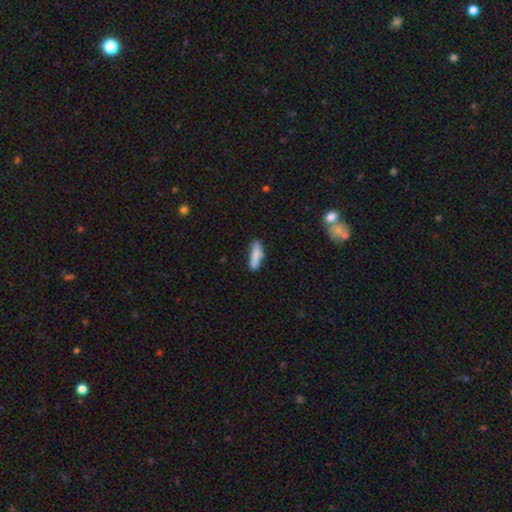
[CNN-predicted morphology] A smooth galaxy with no disk features (80%) that is cigar-shaped (68%).

Vote fractions:
- Smooth or featured? smooth: 80% / featured or disk: 14% / star or artifact: 7%
- How rounded? cigar-shaped: 68% / in between: 30% / round: 2%
- Merging? none: 66% / minor disturbance: 23% / merger: 6% / major disturbance: 5%